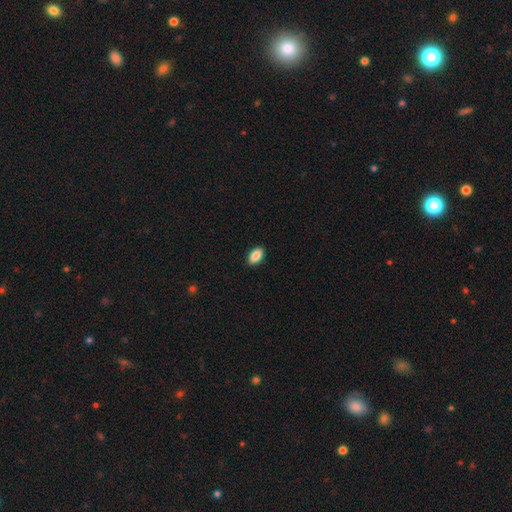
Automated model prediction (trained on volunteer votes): smooth 89%, star or artifact 7%, featured or disk 4%. Down the decision tree: how rounded — in between (92%); merging — none (90%).